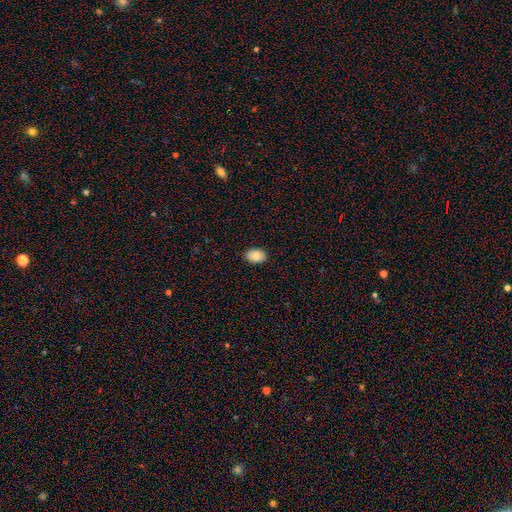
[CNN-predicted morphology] The model was most divided on "how rounded": in between: 84%, round: 15%, cigar-shaped: 1%. More confident: merging — none (89%); smooth or featured — smooth (86%).